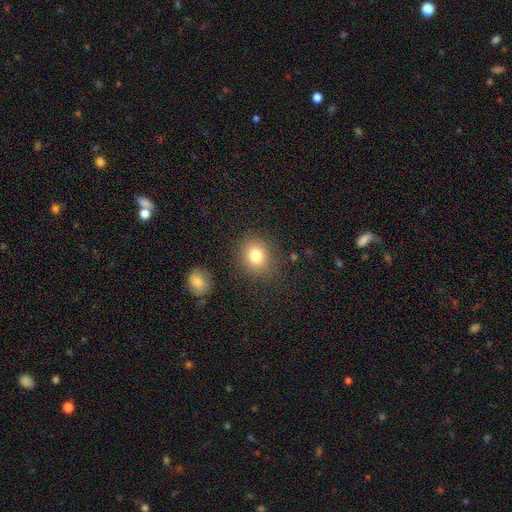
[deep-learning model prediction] A smooth galaxy with no disk features (80%) that is round (64%). Merging: none (83%).